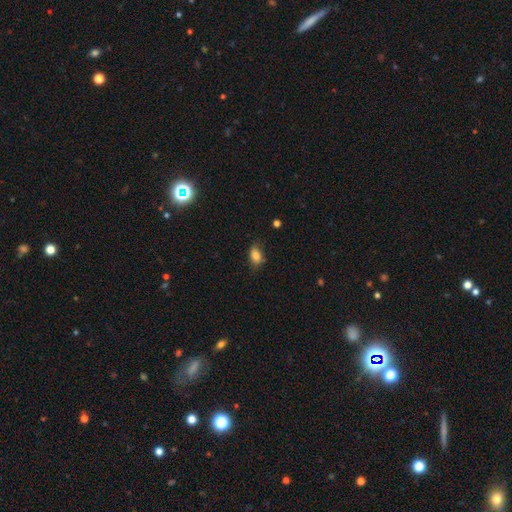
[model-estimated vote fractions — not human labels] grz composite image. It shows a smooth galaxy with no disk features (81%) that is in between round and cigar-shaped (83%). Merging: none (64%).